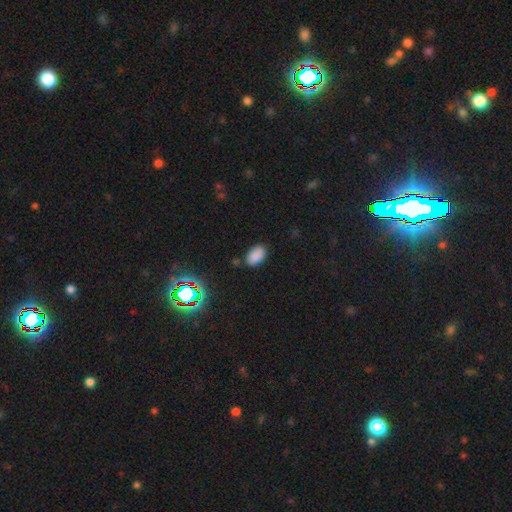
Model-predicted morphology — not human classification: Q: Smooth or featured?
A: smooth (83%); runner-up: star or artifact (13%)
Q: How rounded?
A: in between (93%); runner-up: round (6%)
Q: Merging?
A: none (80%); runner-up: minor disturbance (14%)